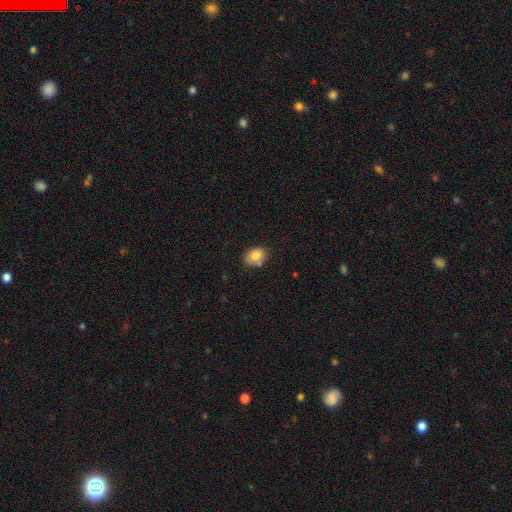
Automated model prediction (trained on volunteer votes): The model was most divided on "how rounded": in between: 70%, round: 29%, cigar-shaped: 1%. More confident: smooth or featured — smooth (82%); merging — none (69%).